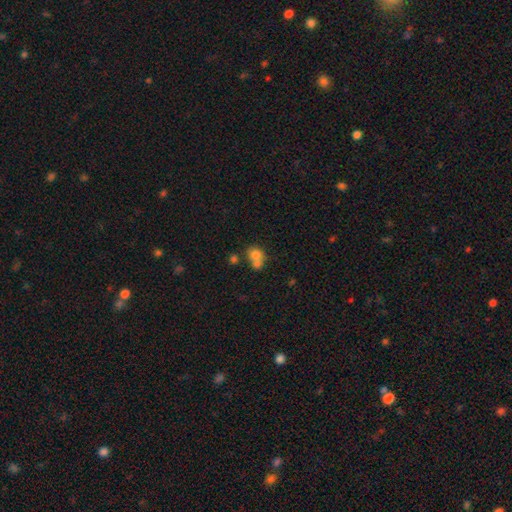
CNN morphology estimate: Smooth or featured?
  - smooth: 75% *
  - featured or disk: 14%
  - star or artifact: 11%
How rounded?
  - round: 69% *
  - in between: 30%
  - cigar-shaped: 1%
Merging?
  - merger: 55% *
  - none: 33%
  - minor disturbance: 8%
  - major disturbance: 4%